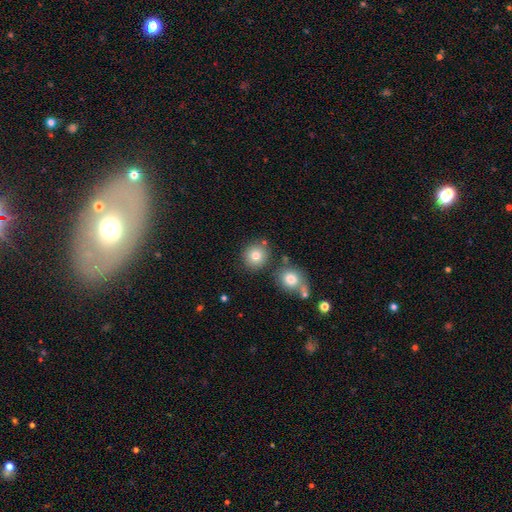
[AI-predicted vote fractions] Morphology: type=smooth (81%); roundness=round (89%); merging=none (78%).